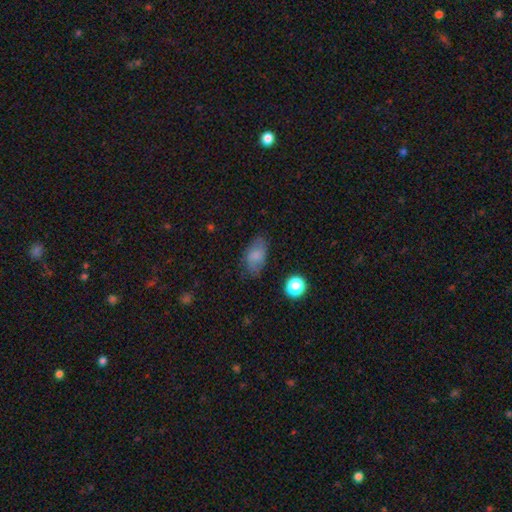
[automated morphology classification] Smooth or featured: smooth — 74% (featured or disk — 15%)
How rounded: in between — 89% (round — 9%)
Merging: none — 69% (minor disturbance — 22%)